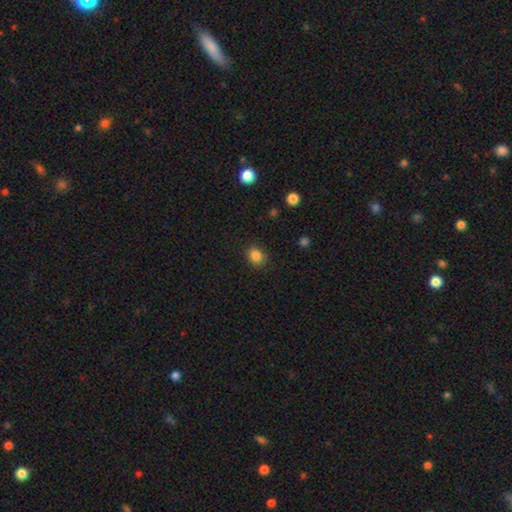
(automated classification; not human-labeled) Overall: smooth (85%). How rounded: round (56%; in between 43%). Merging: none (87%).